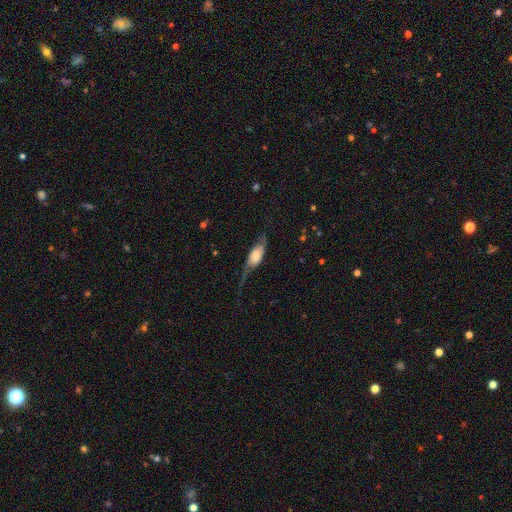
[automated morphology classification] This is possibly a featured or disk galaxy (49%). Merging: marginally major disturbance (39%).